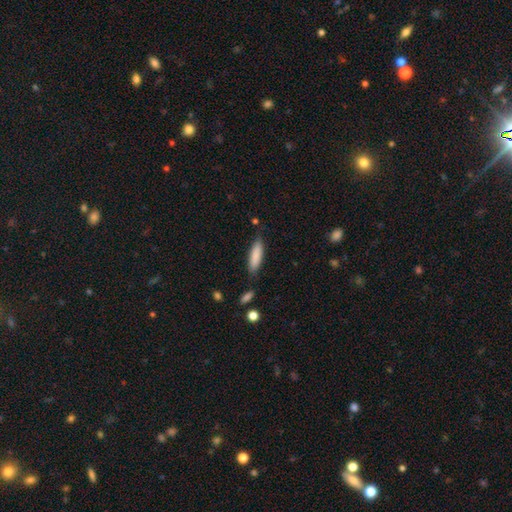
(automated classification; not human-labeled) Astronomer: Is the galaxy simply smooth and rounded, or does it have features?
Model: smooth — 85%.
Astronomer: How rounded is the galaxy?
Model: cigar-shaped — 63%.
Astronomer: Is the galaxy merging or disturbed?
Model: none — 78%.